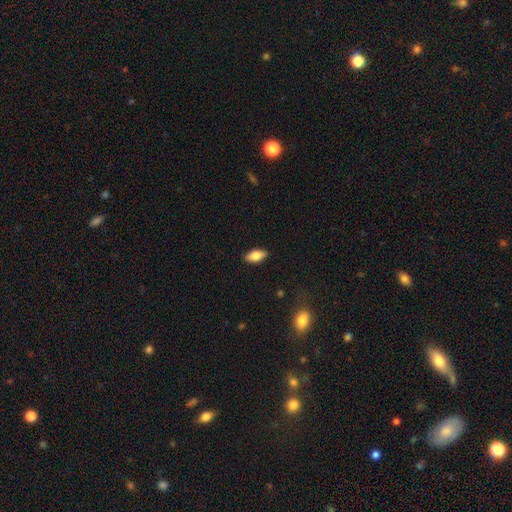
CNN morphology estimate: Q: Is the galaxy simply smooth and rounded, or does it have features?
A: smooth — 74%.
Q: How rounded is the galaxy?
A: in between — 84%.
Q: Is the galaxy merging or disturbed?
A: none — 87%.